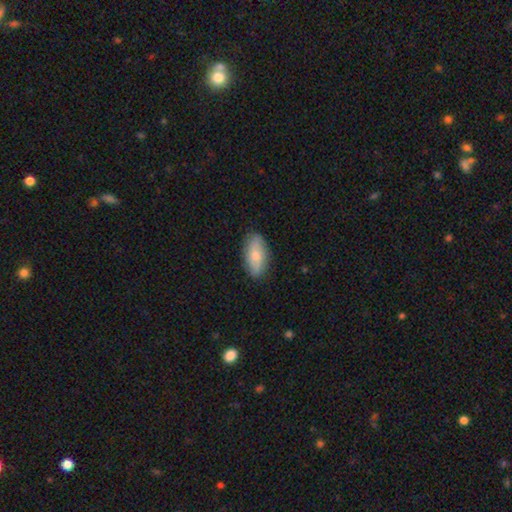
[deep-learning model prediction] Overall: smooth (67%). How rounded: in between (90%). Merging: none (82%).